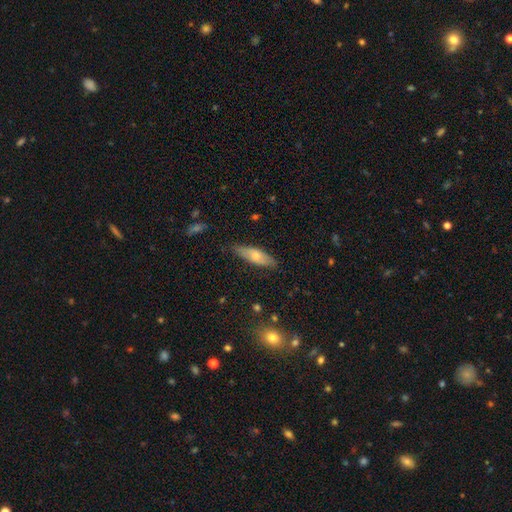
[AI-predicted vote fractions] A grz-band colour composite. It shows a smooth galaxy with no disk features (52%) that is cigar-shaped (57%). Merging: none (83%).